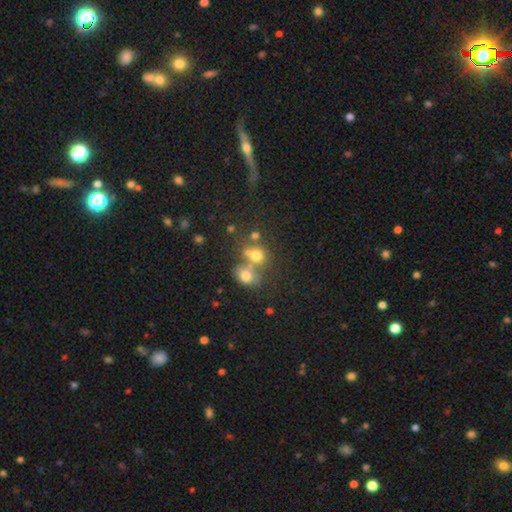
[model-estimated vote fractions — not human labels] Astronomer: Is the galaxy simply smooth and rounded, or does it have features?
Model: smooth — 67%.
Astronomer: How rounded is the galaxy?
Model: round — 72%.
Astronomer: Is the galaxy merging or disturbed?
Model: merger — 44% (runner-up: none, 41%).